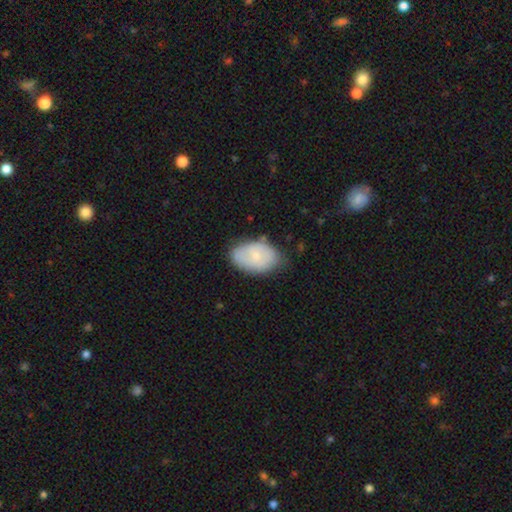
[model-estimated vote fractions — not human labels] A smooth galaxy with no disk features (69%) that is in between round and cigar-shaped (90%).

Vote fractions:
- Smooth or featured? smooth: 69% / featured or disk: 25% / star or artifact: 6%
- How rounded? in between: 90% / round: 8% / cigar-shaped: 1%
- Merging? none: 69% / minor disturbance: 24% / major disturbance: 5% / merger: 2%